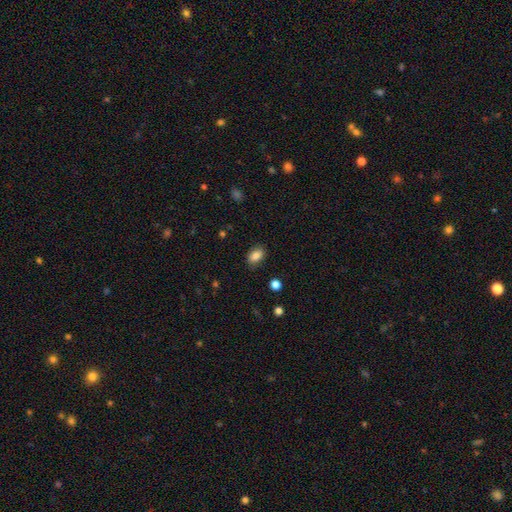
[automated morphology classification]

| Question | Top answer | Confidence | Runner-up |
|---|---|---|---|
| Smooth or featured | smooth | 85% | star or artifact (9%) |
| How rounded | in between | 84% | round (14%) |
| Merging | none | 84% | minor disturbance (12%) |